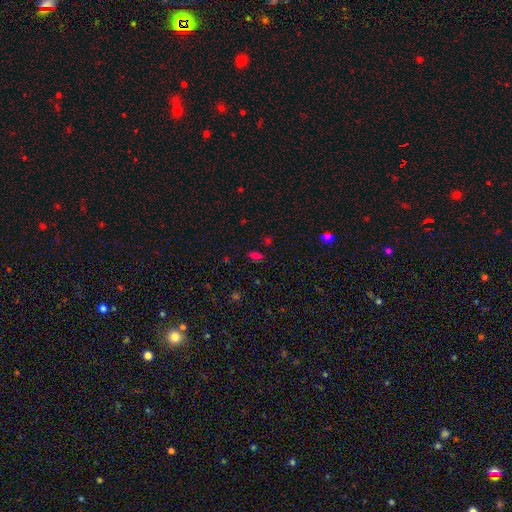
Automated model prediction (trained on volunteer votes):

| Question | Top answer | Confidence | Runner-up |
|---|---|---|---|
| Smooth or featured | smooth | 68% | star or artifact (25%) |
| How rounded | in between | 87% | round (8%) |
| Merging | none | 81% | minor disturbance (12%) |